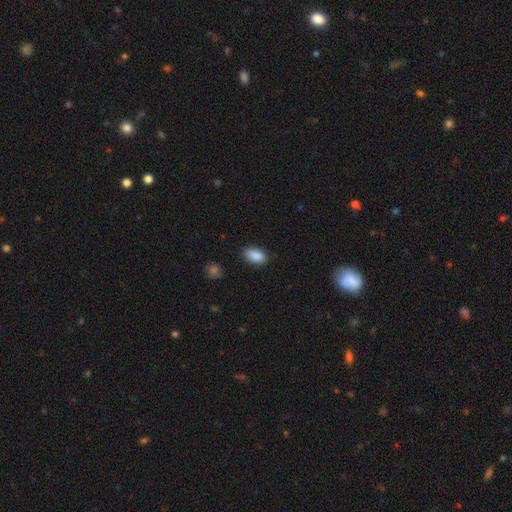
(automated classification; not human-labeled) smooth_or_featured: smooth (p=0.89) [alt: star or artifact p=0.08]
how_rounded: in between (p=0.92) [alt: round p=0.04]
merging: none (p=0.84) [alt: minor disturbance p=0.12]